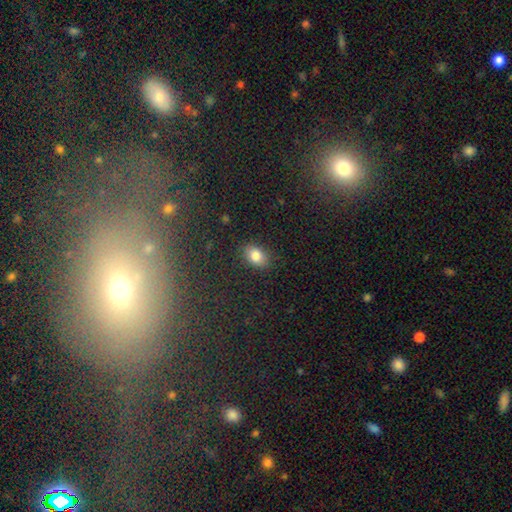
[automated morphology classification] Smooth or featured? smooth (82%)
How rounded? in between (81%)
Merging? none (86%)